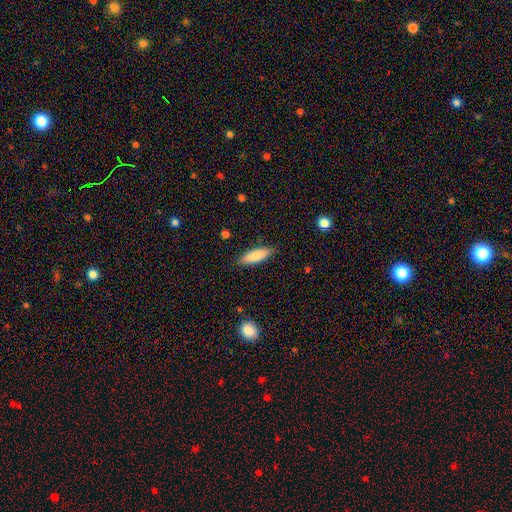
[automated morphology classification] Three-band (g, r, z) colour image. It shows a smooth galaxy with no disk features (80%) that is cigar-shaped (56%). Merging: none (87%).